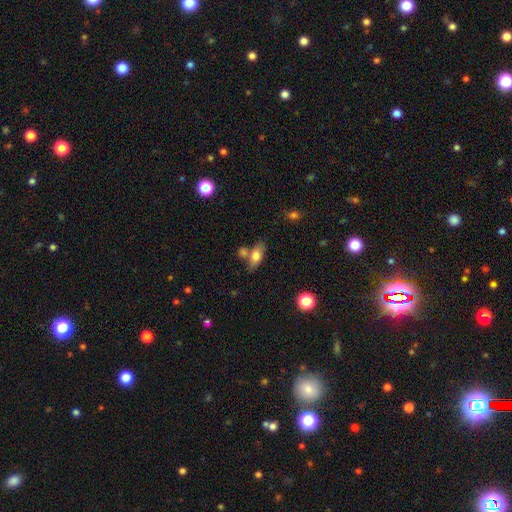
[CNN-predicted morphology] Smooth or featured? Predicted: smooth (p=0.72). How rounded? Predicted: in between (p=0.79). Merging? Predicted: none (p=0.57).